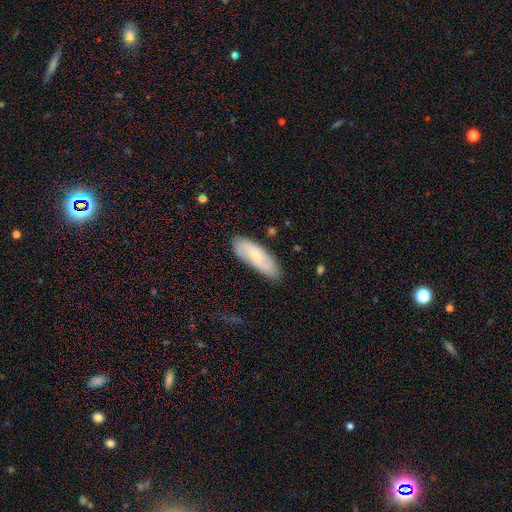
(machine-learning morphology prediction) Smooth or featured? Predicted: smooth (p=0.58). How rounded? Predicted: in between (p=0.63). Merging? Predicted: none (p=0.78).